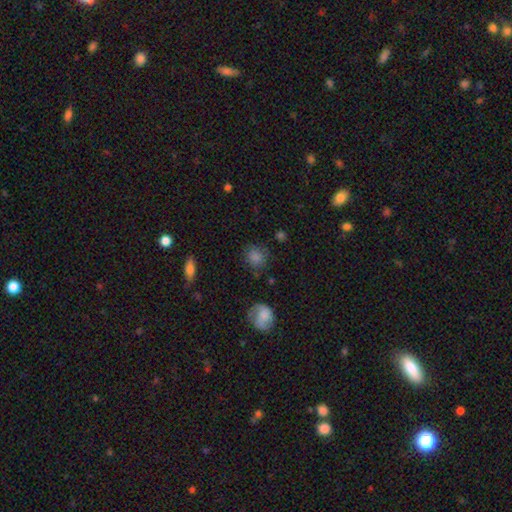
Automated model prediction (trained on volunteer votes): Smooth or featured? smooth (74%)
How rounded? round (79%)
Merging? none (76%)